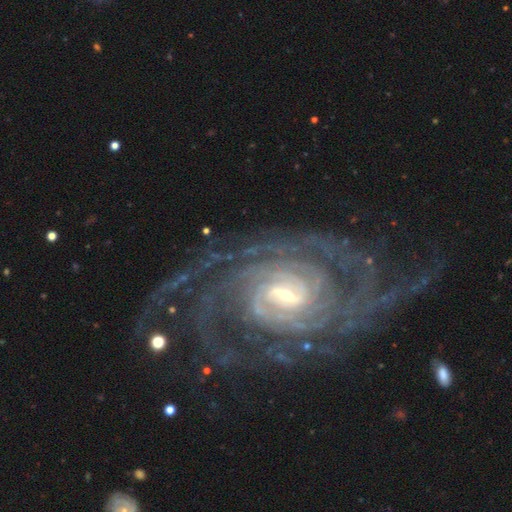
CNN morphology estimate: featured or disk 92%, star or artifact 5%, smooth 3%. Down the decision tree: edge-on disk — no (97%); bar — weak (46%); spiral arms — yes (98%); spiral arm count — 2 (25%); spiral winding — tight (70%); bulge size — small (49%); merging — none (71%).